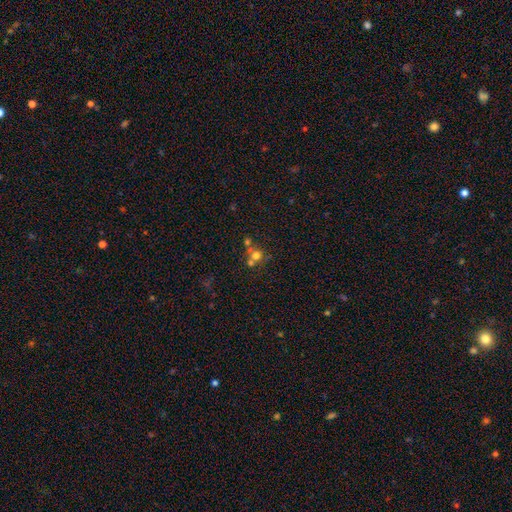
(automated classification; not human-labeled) Smooth or featured: smooth — 63% (star or artifact — 19%)
How rounded: round — 84% (in between — 15%)
Merging: none — 44% (tied with merger — 44%)